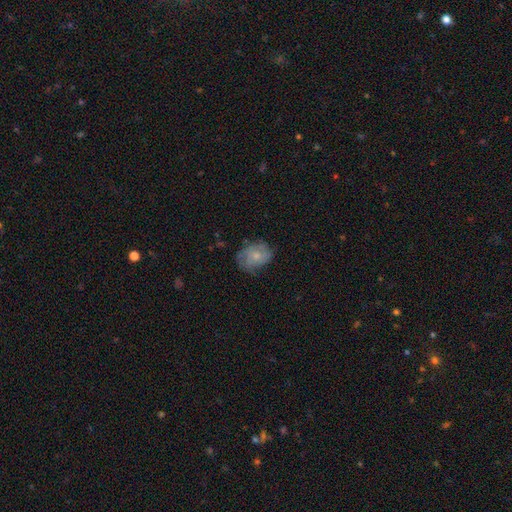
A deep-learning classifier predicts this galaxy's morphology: Q: Smooth or featured?
A: smooth (54%); runner-up: featured or disk (38%)
Q: How rounded?
A: in between (52%); runner-up: round (47%)
Q: Merging?
A: none (62%); runner-up: minor disturbance (27%)